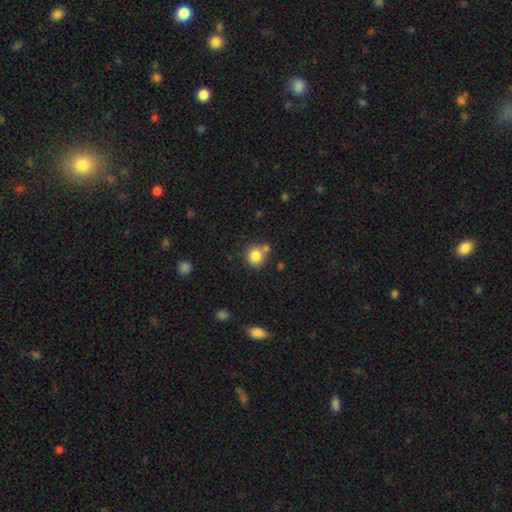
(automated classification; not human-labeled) Overall: smooth (83%). How rounded: round (89%). Merging: none (66%).